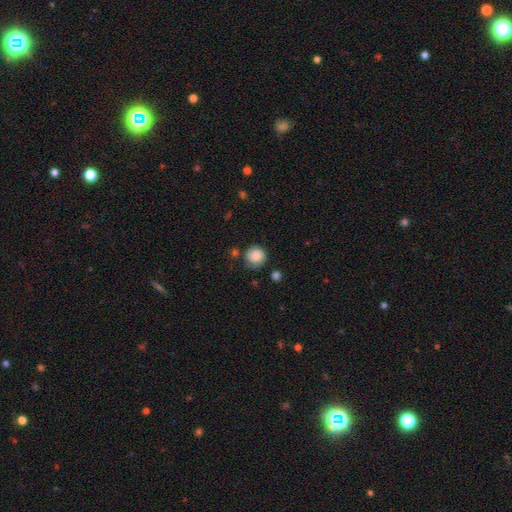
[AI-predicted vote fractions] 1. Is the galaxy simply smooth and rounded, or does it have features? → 81% smooth, 10% featured or disk, 8% star or artifact.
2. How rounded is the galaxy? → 88% round, 11% in between, 1% cigar-shaped.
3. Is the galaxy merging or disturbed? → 64% none, 23% minor disturbance, 9% major disturbance, 4% merger.